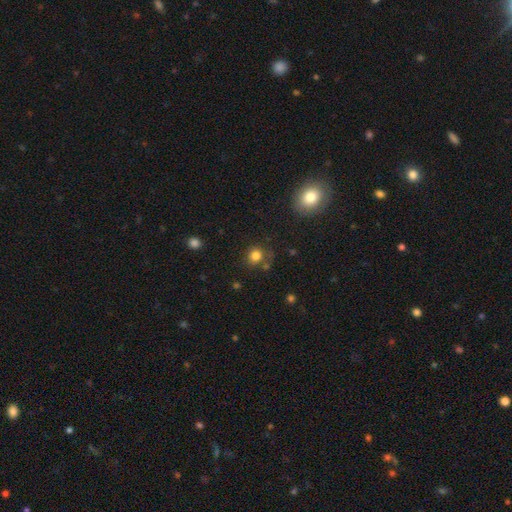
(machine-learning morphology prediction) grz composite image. It shows a smooth galaxy with no disk features (80%) that is round (85%). Merging: none (73%).